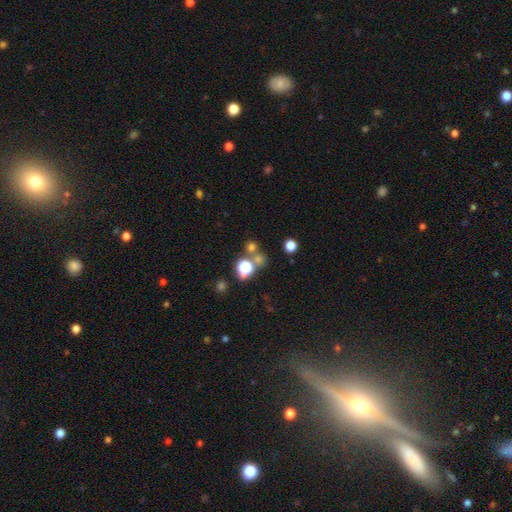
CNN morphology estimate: smooth 48%, star or artifact 42%, featured or disk 11%. Down the decision tree: merging — none (62%).